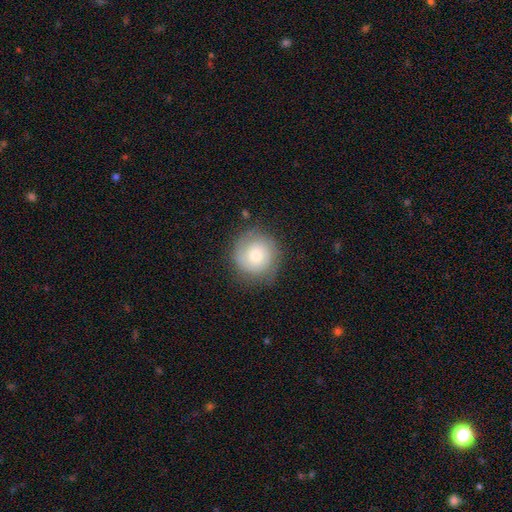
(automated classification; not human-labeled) smooth-or-featured: smooth: 54% | featured or disk: 38% | star or artifact: 9%
  how-rounded: round: 92% | in between: 7% | cigar-shaped: 1%
  merging: none: 79% | minor disturbance: 14% | major disturbance: 5% | merger: 1%